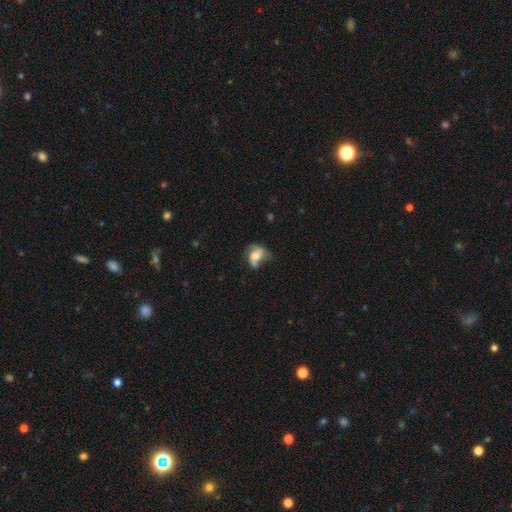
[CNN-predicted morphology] This appears to be a smooth galaxy with no disk features (52%) that is in between round and cigar-shaped (65%). Merging: major disturbance (32%).